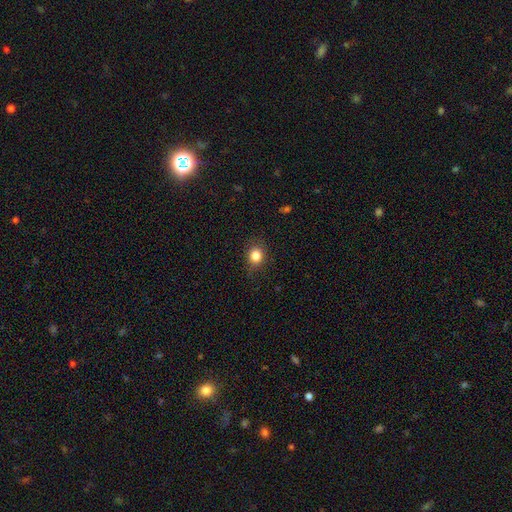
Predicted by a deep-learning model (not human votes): smooth 83%, star or artifact 11%, featured or disk 6%. Down the decision tree: how rounded — round (68%); merging — none (82%).